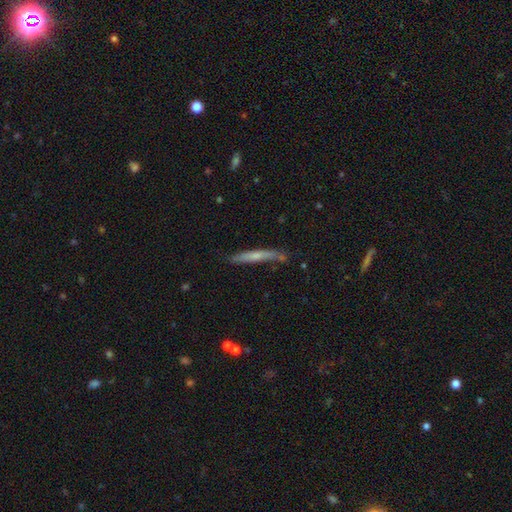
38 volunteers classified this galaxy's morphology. smooth_or_featured: smooth (p=0.68) [alt: featured or disk p=0.26]
how_rounded: cigar-shaped (p=0.96) [alt: in between p=0.04]
merging: none (p=0.83) [alt: minor disturbance p=0.08]